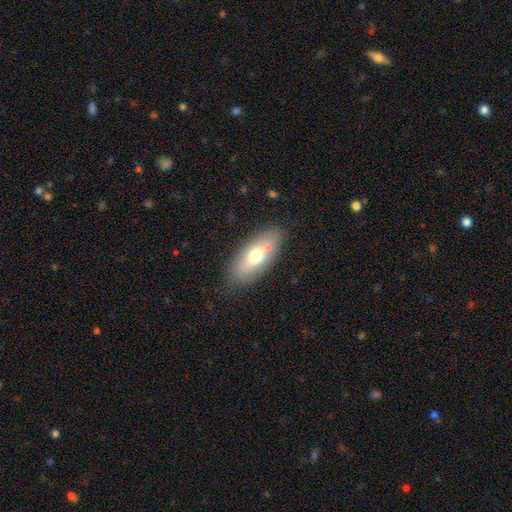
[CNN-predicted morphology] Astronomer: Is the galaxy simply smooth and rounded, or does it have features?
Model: smooth — 64%.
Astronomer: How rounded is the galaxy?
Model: in between — 84%.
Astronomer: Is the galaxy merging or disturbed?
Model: none — 78%.